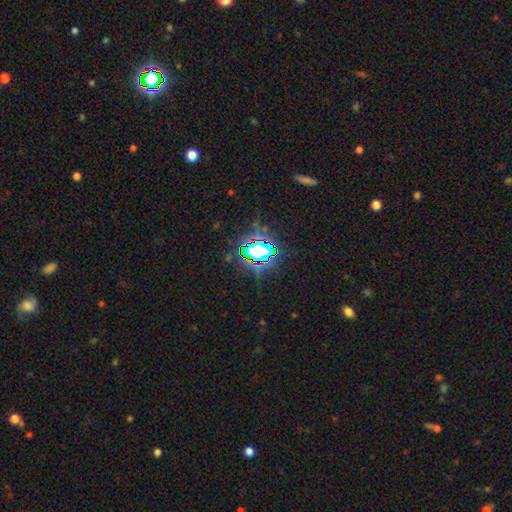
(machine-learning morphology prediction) This is likely a star or artifact rather than a galaxy (72%).